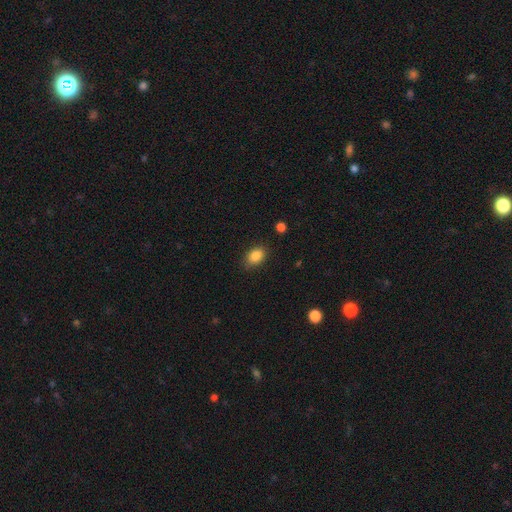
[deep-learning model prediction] The model was most divided on "how rounded": in between: 78%, round: 21%, cigar-shaped: 1%. More confident: smooth or featured — smooth (86%); merging — none (82%).